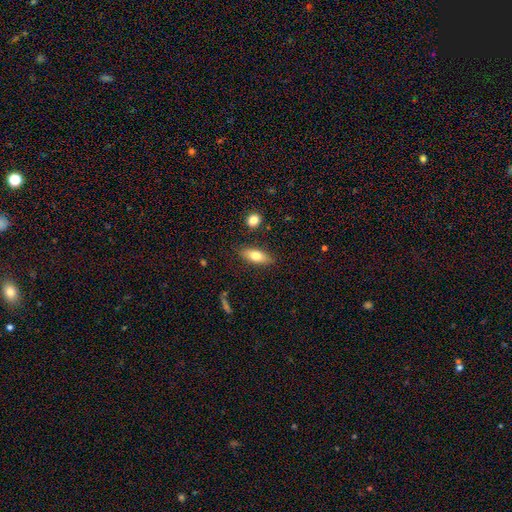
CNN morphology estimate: This is likely a smooth galaxy (71%). How rounded: likely in between (71%). Merging: clearly none (84%).